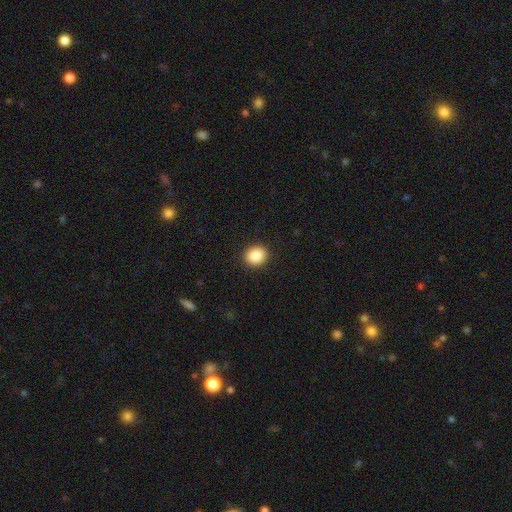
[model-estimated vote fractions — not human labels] Morphology: type=smooth (89%); roundness=round (68%); merging=none (91%).